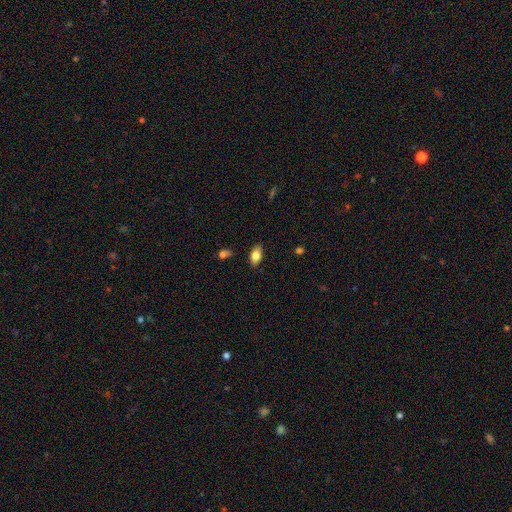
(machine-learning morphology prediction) smooth-or-featured: smooth: 82% | featured or disk: 11% | star or artifact: 8%
  how-rounded: in between: 91% | round: 6% | cigar-shaped: 3%
  merging: none: 83% | minor disturbance: 13% | major disturbance: 2% | merger: 2%